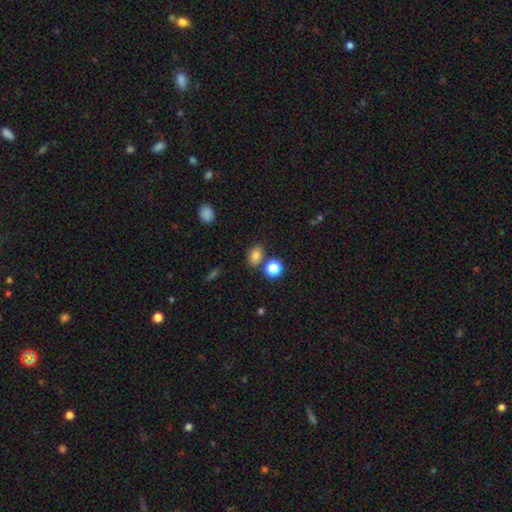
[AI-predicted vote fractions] This is likely a smooth galaxy (79%). How rounded: likely in between (68%). Merging: likely none (75%).